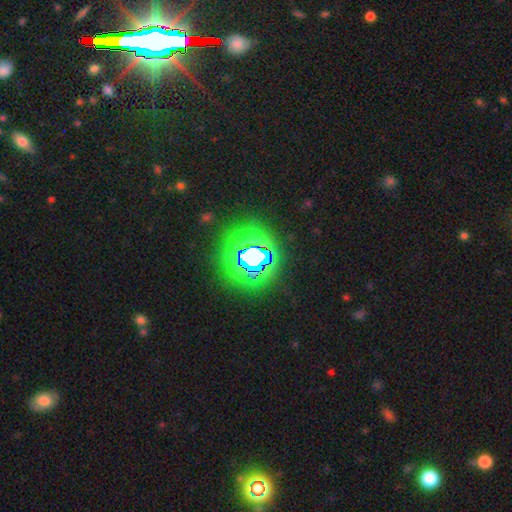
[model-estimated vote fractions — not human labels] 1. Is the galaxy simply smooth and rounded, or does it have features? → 75% star or artifact, 15% smooth, 9% featured or disk.